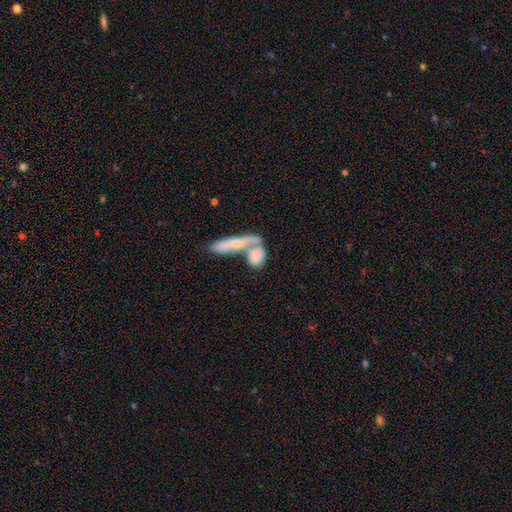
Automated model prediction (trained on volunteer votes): smooth_or_featured: smooth (p=0.65) [alt: featured or disk p=0.27]
how_rounded: in between (p=0.56) [alt: cigar-shaped p=0.28]
merging: merger (p=0.55) [alt: none p=0.25]